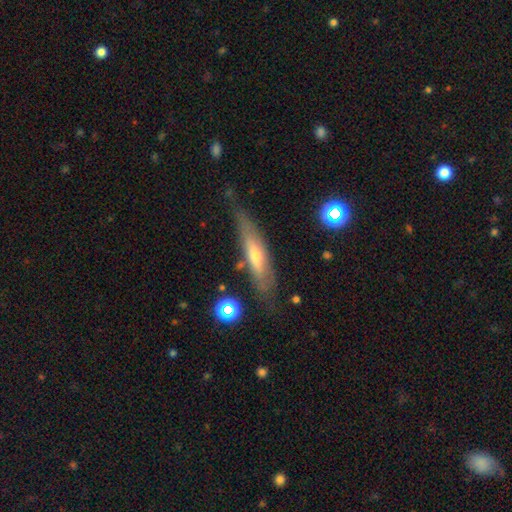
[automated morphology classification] Smooth or featured? Predicted: featured or disk (p=0.57). Edge-on disk? Predicted: yes (p=0.73). Merging? Predicted: none (p=0.71).